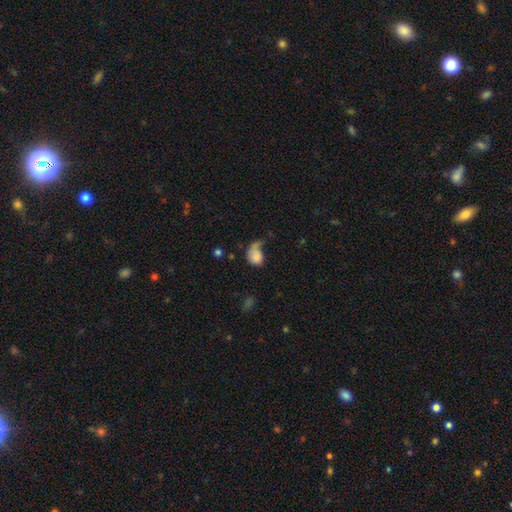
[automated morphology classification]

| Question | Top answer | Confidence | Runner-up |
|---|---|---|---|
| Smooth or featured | smooth | 75% | featured or disk (15%) |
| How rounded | in between | 59% | round (40%) |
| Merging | major disturbance | 36% | none (26%) |